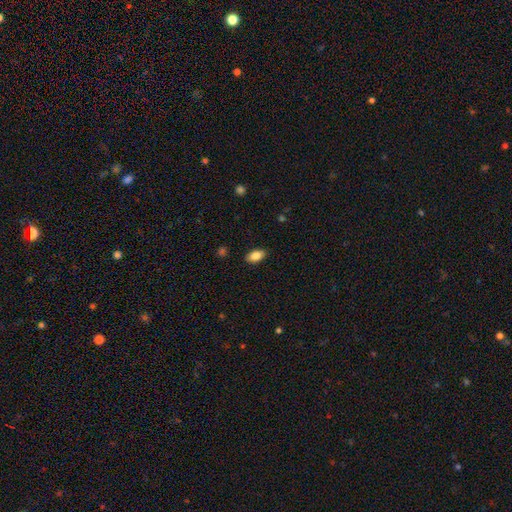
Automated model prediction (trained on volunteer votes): This appears to be a smooth galaxy with no disk features (86%) that is in between round and cigar-shaped (92%). Merging: none (88%).